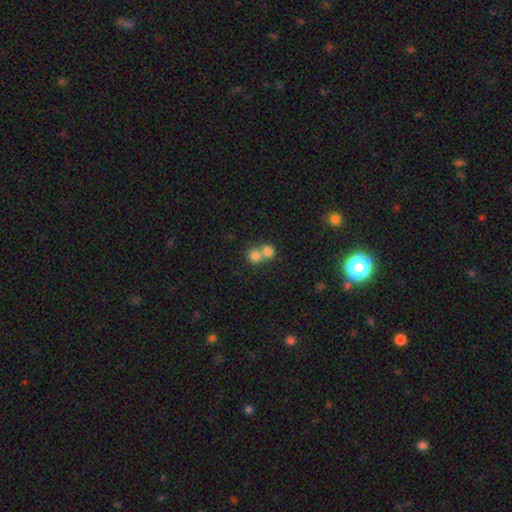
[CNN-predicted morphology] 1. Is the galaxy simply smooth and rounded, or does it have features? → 78% smooth, 11% featured or disk, 11% star or artifact.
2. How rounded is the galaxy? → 86% round, 13% in between, 1% cigar-shaped.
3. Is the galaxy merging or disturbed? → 60% merger, 34% none, 4% minor disturbance, 2% major disturbance.